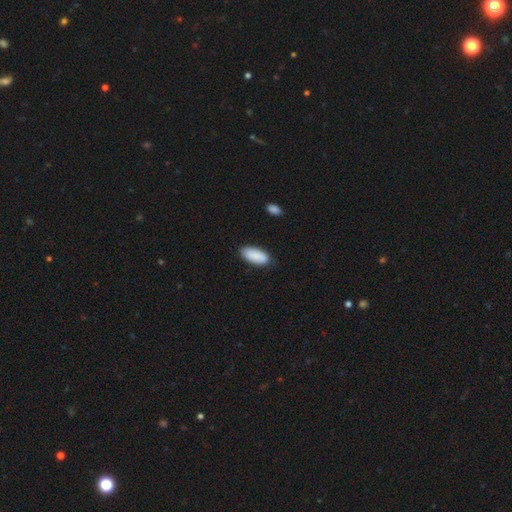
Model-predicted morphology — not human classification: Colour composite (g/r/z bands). It shows a smooth galaxy with no disk features (90%) that is in between round and cigar-shaped (90%). Merging: none (83%).